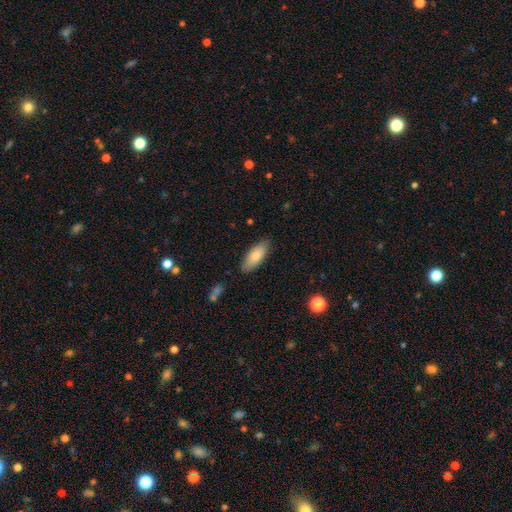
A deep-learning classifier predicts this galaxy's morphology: The model was most divided on "smooth or featured": smooth: 78%, featured or disk: 15%, star or artifact: 6%. More confident: merging — none (84%); how rounded — in between (81%).